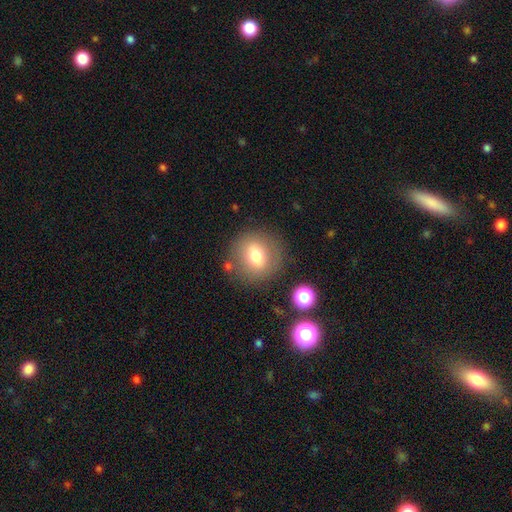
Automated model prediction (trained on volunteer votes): smooth_or_featured: smooth (p=0.71) [alt: featured or disk p=0.18]
how_rounded: round (p=0.83) [alt: in between p=0.16]
merging: none (p=0.81) [alt: minor disturbance p=0.11]